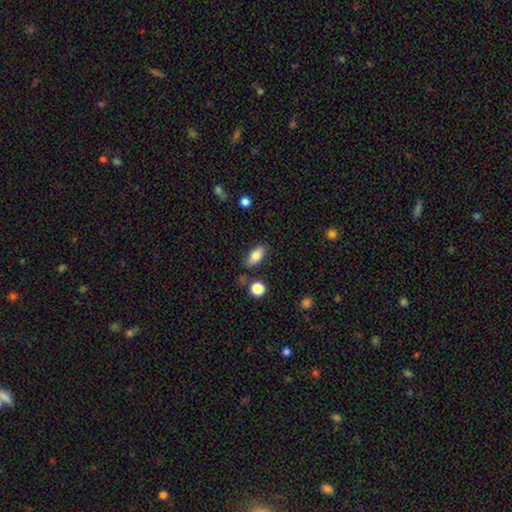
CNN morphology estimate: Q: Smooth or featured?
A: smooth (81%); runner-up: featured or disk (12%)
Q: How rounded?
A: in between (85%); runner-up: cigar-shaped (10%)
Q: Merging?
A: none (77%); runner-up: minor disturbance (15%)